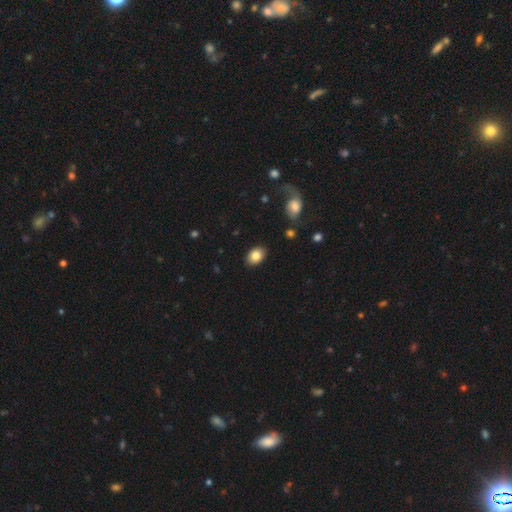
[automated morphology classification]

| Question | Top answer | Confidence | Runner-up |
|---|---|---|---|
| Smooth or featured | smooth | 84% | featured or disk (8%) |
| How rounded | in between | 79% | round (20%) |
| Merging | none | 88% | minor disturbance (8%) |